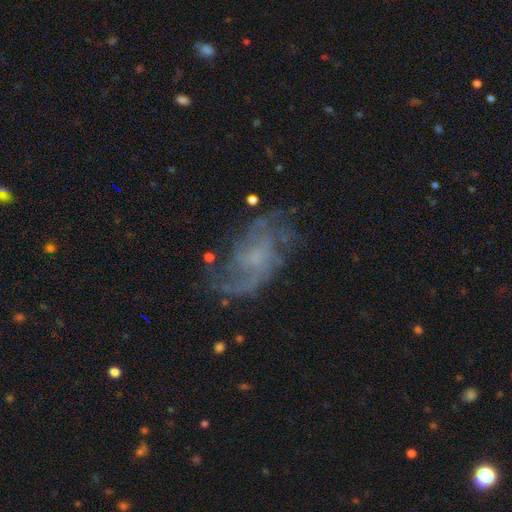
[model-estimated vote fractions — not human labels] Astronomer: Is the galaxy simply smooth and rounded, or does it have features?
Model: featured or disk — 75%.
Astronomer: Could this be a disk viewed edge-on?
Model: no — 96%.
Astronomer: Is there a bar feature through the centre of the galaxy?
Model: no — 60%.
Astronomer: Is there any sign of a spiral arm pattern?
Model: yes — 89%.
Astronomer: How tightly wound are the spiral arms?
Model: medium — 41% (runner-up: loose, 36%).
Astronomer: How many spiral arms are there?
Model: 2 — 35% (runner-up: can't tell, 32%).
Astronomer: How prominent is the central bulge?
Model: small — 45% (runner-up: none, 33%).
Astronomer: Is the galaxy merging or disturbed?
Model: none — 65%.